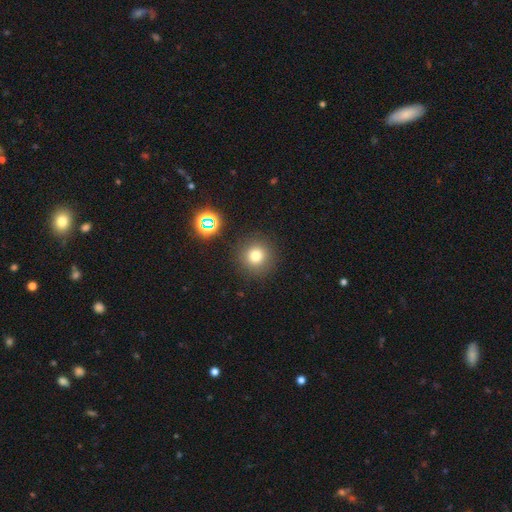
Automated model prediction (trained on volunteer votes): smooth 76%, star or artifact 16%, featured or disk 8%. Down the decision tree: how rounded — round (94%); merging — none (88%).